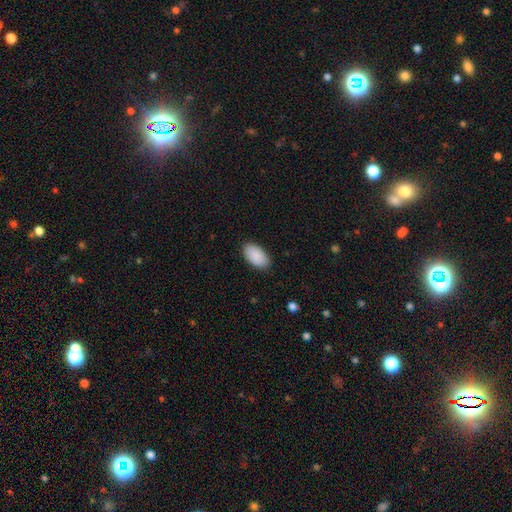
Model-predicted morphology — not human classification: type=smooth (91%); roundness=in between (96%); merging=none (88%).